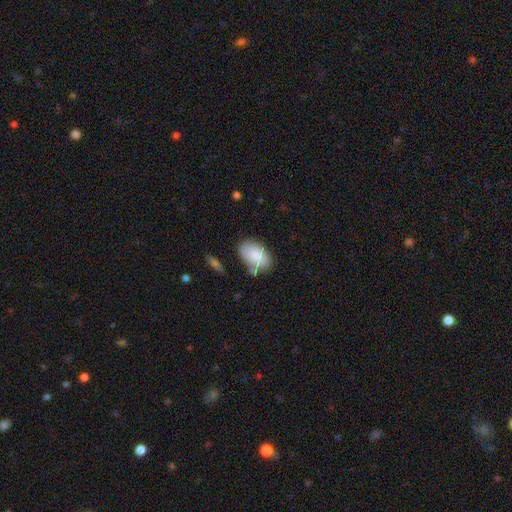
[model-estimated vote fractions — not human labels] smooth-or-featured: smooth: 82% | featured or disk: 11% | star or artifact: 6%
  how-rounded: in between: 91% | round: 8% | cigar-shaped: 1%
  merging: none: 62% | minor disturbance: 23% | merger: 9% | major disturbance: 6%